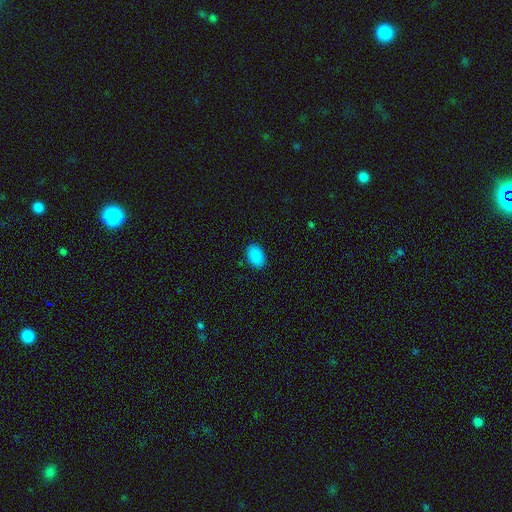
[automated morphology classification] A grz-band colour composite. It shows a smooth galaxy with no disk features (89%) that is in between round and cigar-shaped (88%). Merging: none (88%).